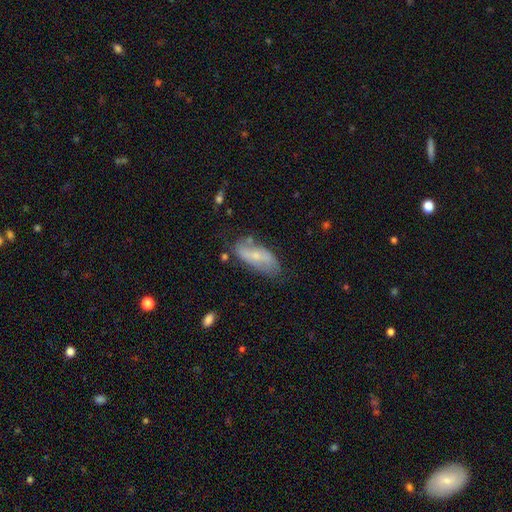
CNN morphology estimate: Smooth or featured?
  - featured or disk: 50% *
  - smooth: 42%
  - star or artifact: 8%
Edge-on disk?
  - no: 85% *
  - yes: 15%
Merging?
  - none: 61% *
  - minor disturbance: 26%
  - major disturbance: 8%
  - merger: 5%